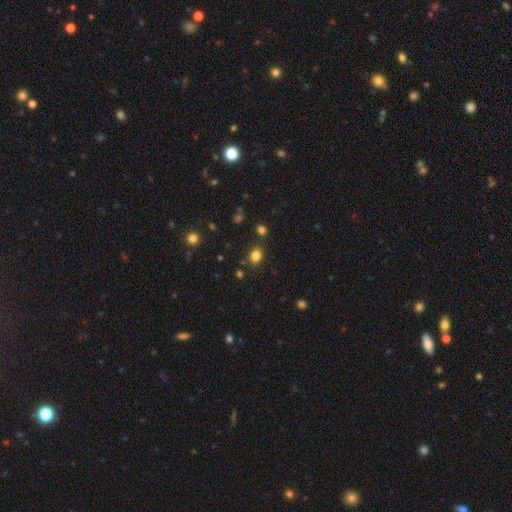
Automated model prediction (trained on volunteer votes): Q: Smooth or featured?
A: smooth (82%); runner-up: star or artifact (13%)
Q: How rounded?
A: in between (51%); runner-up: round (48%)
Q: Merging?
A: none (82%); runner-up: minor disturbance (11%)